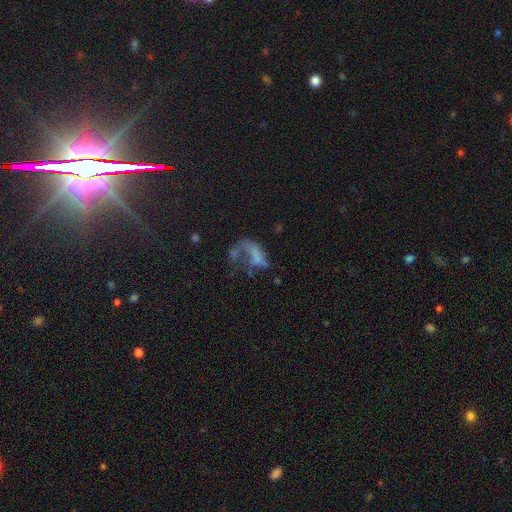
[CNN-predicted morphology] Overall: featured or disk (43%; smooth 41%). Merging: major disturbance (50%; none 19%).